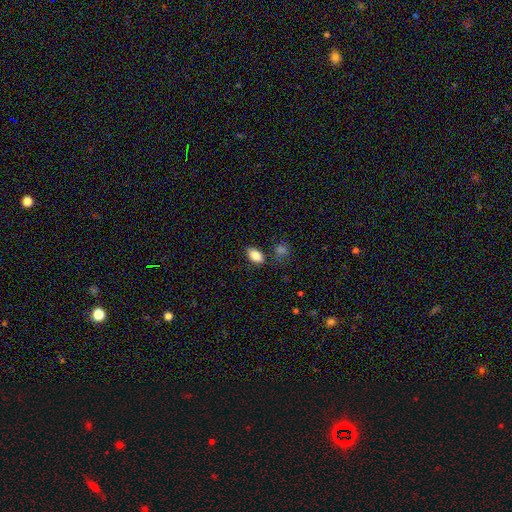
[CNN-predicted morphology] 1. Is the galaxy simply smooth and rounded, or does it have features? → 84% smooth, 8% star or artifact, 8% featured or disk.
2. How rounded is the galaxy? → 91% in between, 6% round, 3% cigar-shaped.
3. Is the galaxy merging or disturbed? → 78% none, 13% minor disturbance, 5% merger, 3% major disturbance.